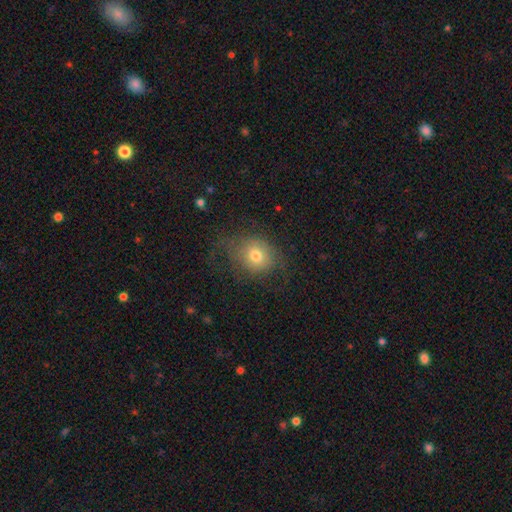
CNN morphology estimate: The model was most divided on "merging": none: 56%, minor disturbance: 22%, major disturbance: 20%, merger: 1%. More confident: how rounded — round (71%); smooth or featured — smooth (67%).